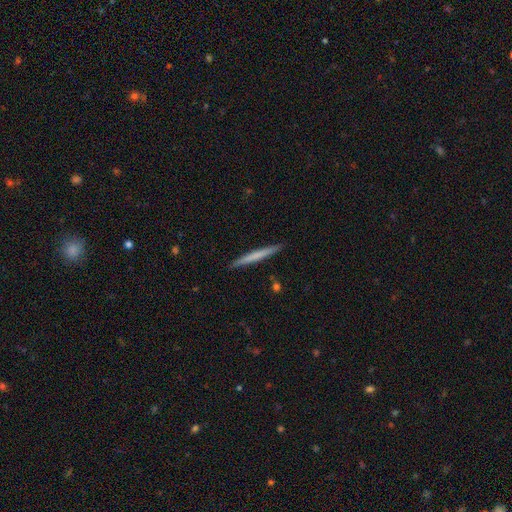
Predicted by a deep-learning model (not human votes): Morphology: type=smooth (58%); roundness=cigar-shaped (97%); merging=none (91%).